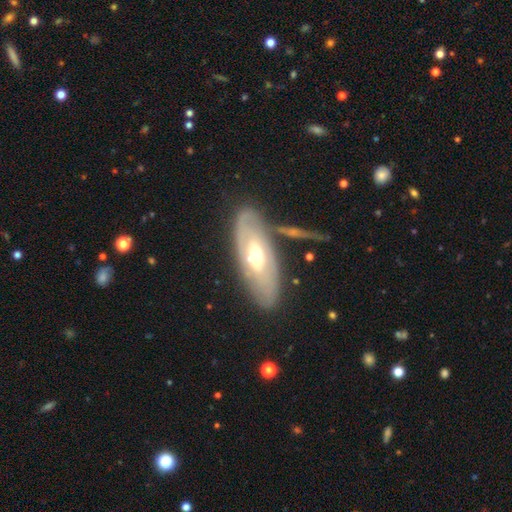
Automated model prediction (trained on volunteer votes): Overall: featured or disk (68%). Edge-on disk: no (80%). Bar: no (60%; weak 29%). Spiral arms: yes (58%; no 42%). Bulge size: moderate (70%). Merging: none (73%).